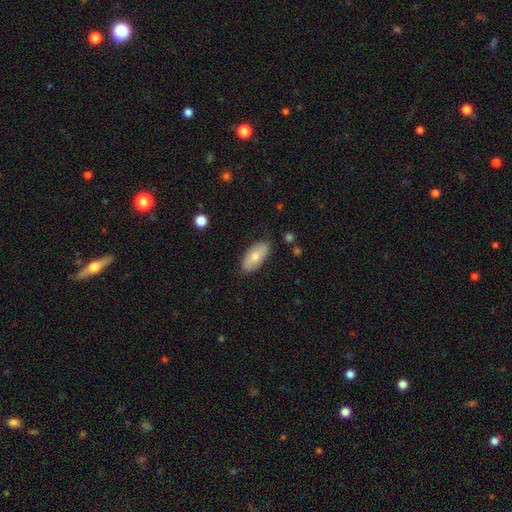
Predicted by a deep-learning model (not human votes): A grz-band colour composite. It shows a smooth galaxy with no disk features (71%) that is in between round and cigar-shaped (92%). Merging: none (85%).